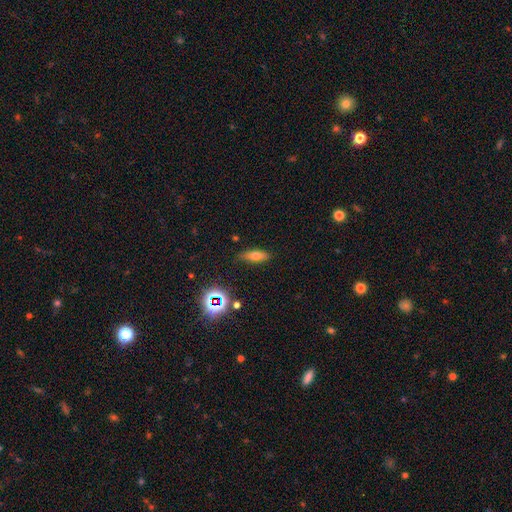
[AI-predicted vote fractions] Smooth or featured? smooth (66%)
How rounded? in between (57%)
Merging? none (80%)